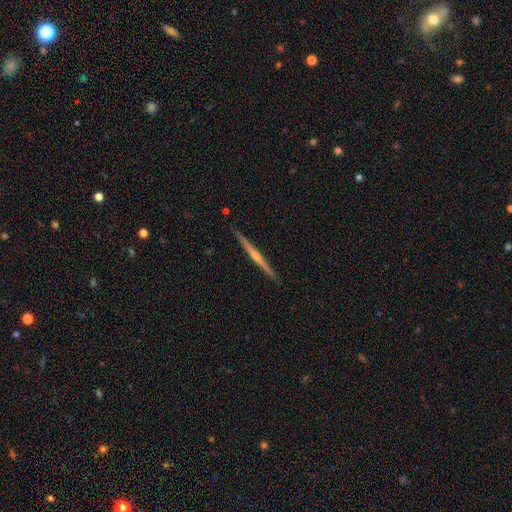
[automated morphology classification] A featured or disk galaxy (80%) viewed edge-on (98%) with a rounded central bulge (76%).

Vote fractions:
- Smooth or featured? featured or disk: 80% / smooth: 14% / star or artifact: 6%
- Edge-on disk? yes: 98% / no: 2%
- Edge-on bulge? rounded: 76% / none: 17% / boxy: 6%
- Merging? none: 91% / minor disturbance: 6% / major disturbance: 1% / merger: 1%